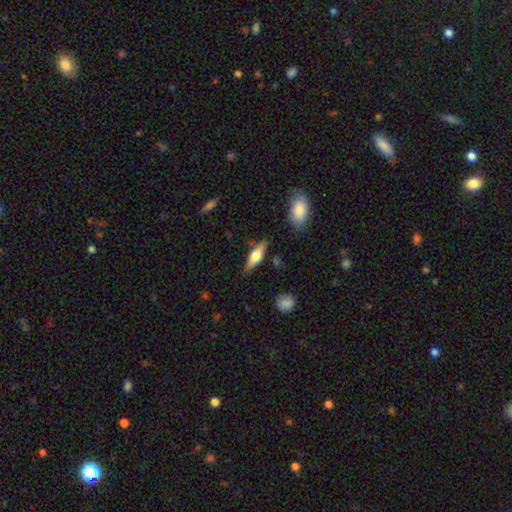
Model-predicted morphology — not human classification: Smooth or featured? featured or disk (55%)
Edge-on disk? yes (95%)
Edge-on bulge? rounded (88%)
Merging? none (84%)